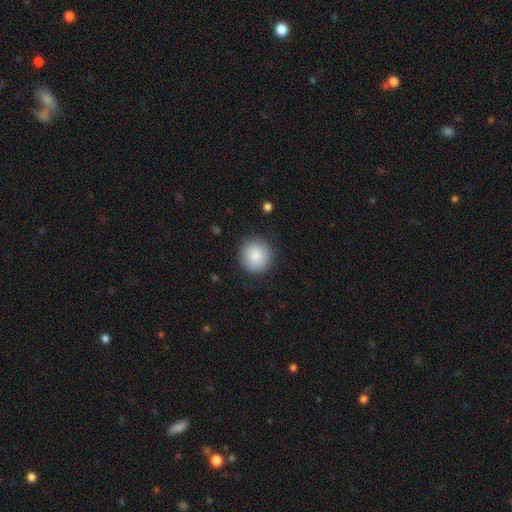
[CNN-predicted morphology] Smooth or featured? Predicted: smooth (p=0.87). How rounded? Predicted: round (p=0.93). Merging? Predicted: none (p=0.88).